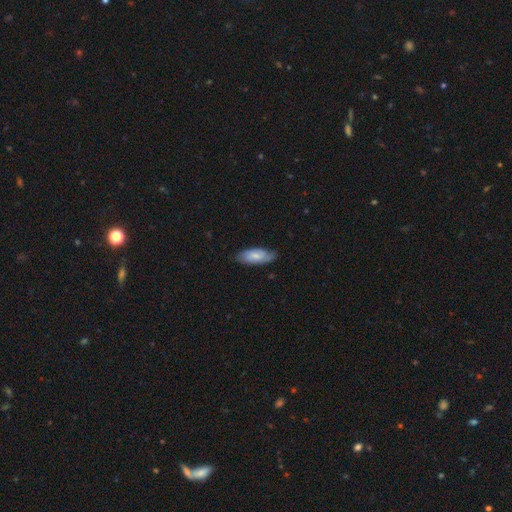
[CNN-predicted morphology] type=smooth (58%); roundness=in between (79%); merging=none (74%).